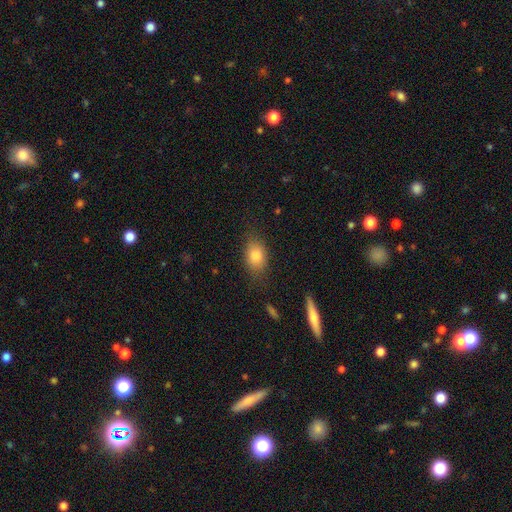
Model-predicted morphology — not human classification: A smooth galaxy with no disk features (81%) that is in between round and cigar-shaped (78%). Merging: none (76%).